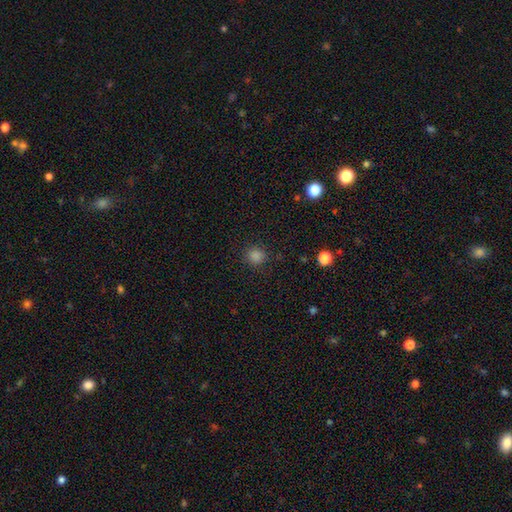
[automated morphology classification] This appears to be a smooth galaxy with no disk features (82%) that is round (92%). Merging: none (89%).